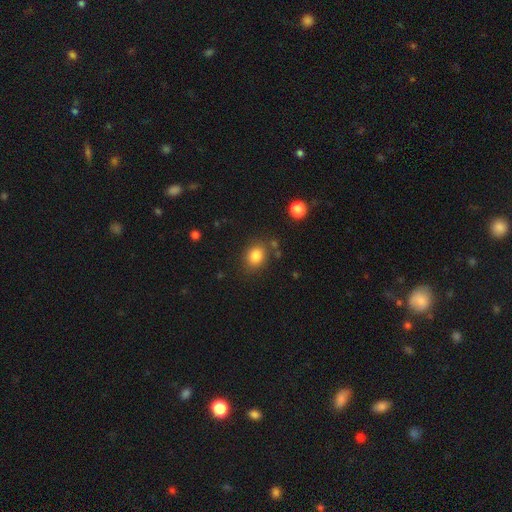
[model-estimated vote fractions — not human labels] A smooth galaxy with no disk features (83%) that is round (56%).

Vote fractions:
- Smooth or featured? smooth: 83% / star or artifact: 10% / featured or disk: 6%
- How rounded? round: 56% / in between: 44% / cigar-shaped: 1%
- Merging? none: 79% / minor disturbance: 12% / merger: 5% / major disturbance: 4%